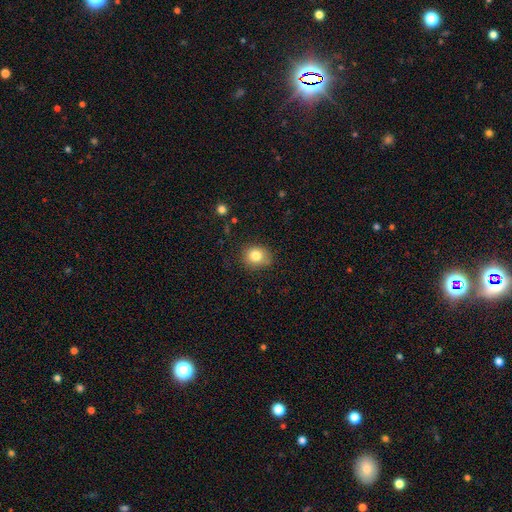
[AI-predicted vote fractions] This is clearly a smooth galaxy (81%). How rounded: likely round (71%). Merging: likely none (78%).